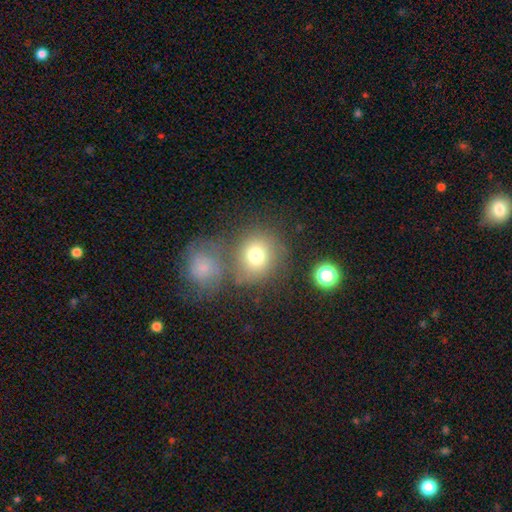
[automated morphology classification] Smooth or featured? smooth (72%)
How rounded? round (79%)
Merging? none (60%)